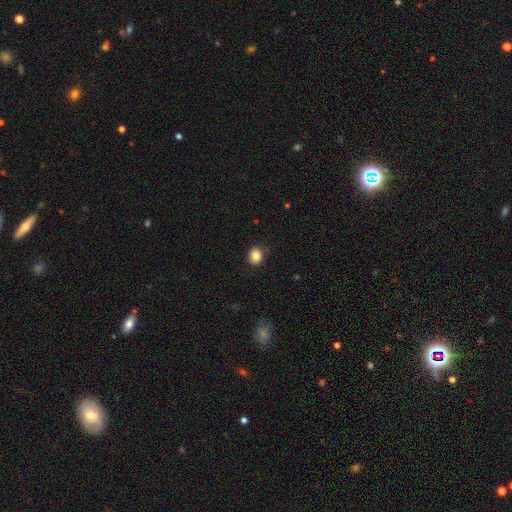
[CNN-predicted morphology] A smooth galaxy with no disk features (86%) that is round (67%). Merging: none (86%).